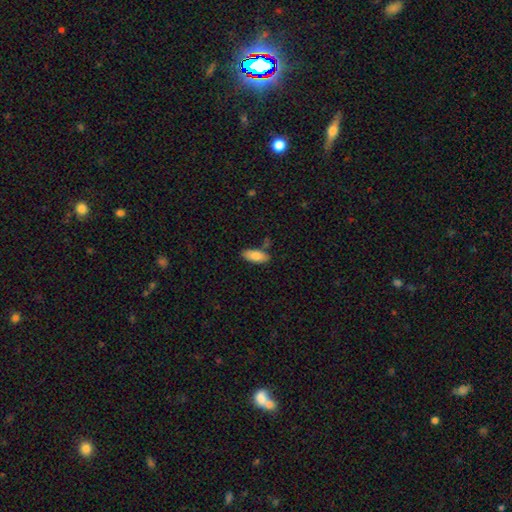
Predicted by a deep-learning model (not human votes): Q: Smooth or featured?
A: smooth (83%); runner-up: featured or disk (10%)
Q: How rounded?
A: in between (85%); runner-up: cigar-shaped (13%)
Q: Merging?
A: none (78%); runner-up: minor disturbance (14%)